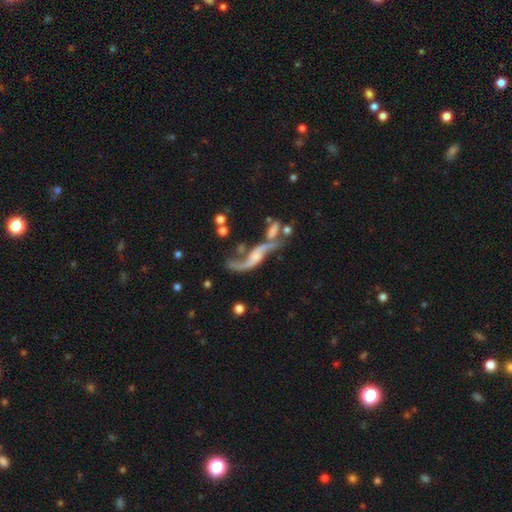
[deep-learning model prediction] Q: Smooth or featured?
A: featured or disk (79%); runner-up: smooth (11%)
Q: Edge-on disk?
A: no (84%); runner-up: yes (16%)
Q: Bar?
A: no (58%); runner-up: weak (30%)
Q: Spiral arms?
A: yes (85%); runner-up: no (15%)
Q: Spiral winding?
A: loose (88%); runner-up: medium (9%)
Q: Spiral arm count?
A: 2 (81%); runner-up: 1 (11%)
Q: Bulge size?
A: small (39%); runner-up: moderate (29%)
Q: Merging?
A: merger (39%); runner-up: none (28%)